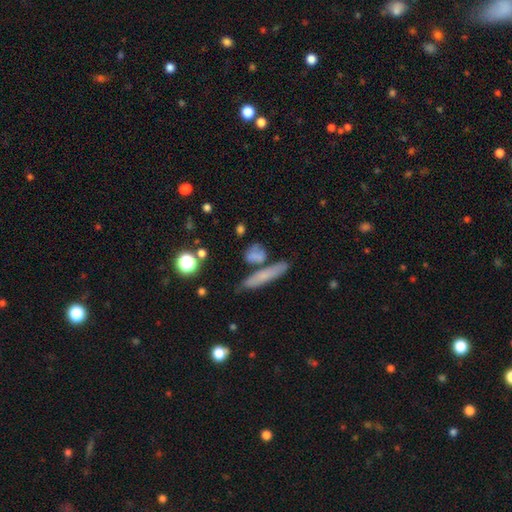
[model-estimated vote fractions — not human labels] This is likely a smooth galaxy (71%). How rounded: marginally round (34%, tied with in between). Merging: likely none (60%).